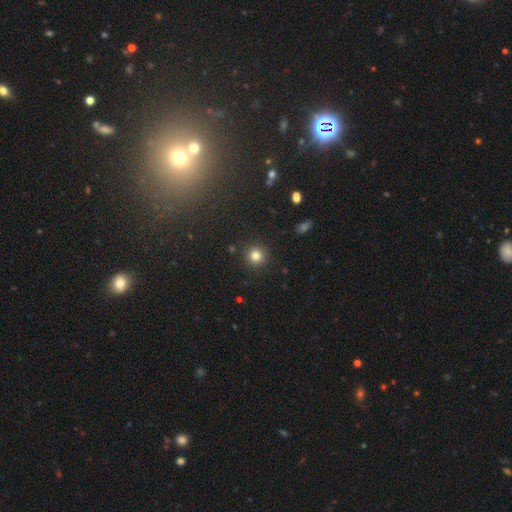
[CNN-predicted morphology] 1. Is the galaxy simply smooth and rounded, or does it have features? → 80% smooth, 14% star or artifact, 6% featured or disk.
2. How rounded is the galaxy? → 95% round, 4% in between, 1% cigar-shaped.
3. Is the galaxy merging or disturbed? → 91% none, 5% minor disturbance, 2% major disturbance, 1% merger.